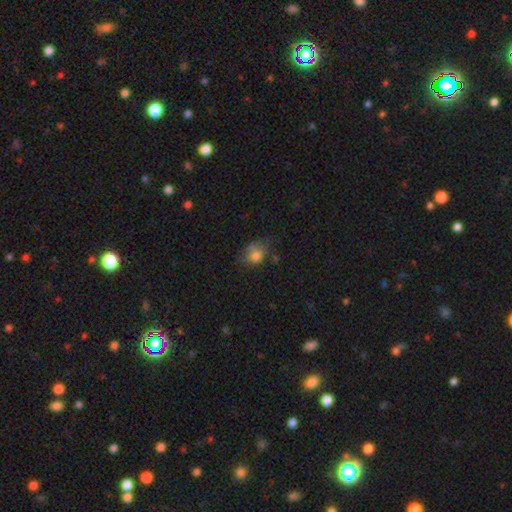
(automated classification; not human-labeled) Overall: smooth (70%). How rounded: in between (64%; round 35%). Merging: none (39%; minor disturbance 33%).